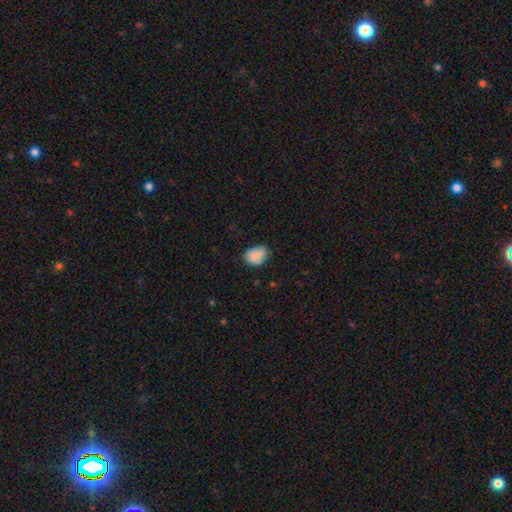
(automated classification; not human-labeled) smooth_or_featured: smooth (p=0.83) [alt: featured or disk p=0.10]
how_rounded: in between (p=0.60) [alt: round p=0.39]
merging: none (p=0.68) [alt: minor disturbance p=0.26]